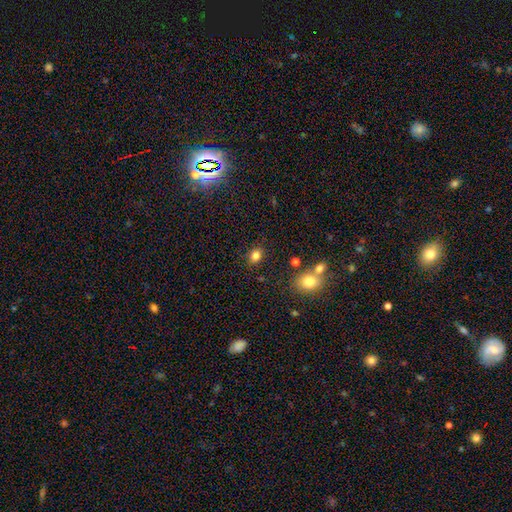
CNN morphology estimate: Smooth or featured?
  - smooth: 83% *
  - star or artifact: 12%
  - featured or disk: 6%
How rounded?
  - in between: 60% *
  - round: 39%
  - cigar-shaped: 1%
Merging?
  - none: 82% *
  - minor disturbance: 10%
  - merger: 4%
  - major disturbance: 3%